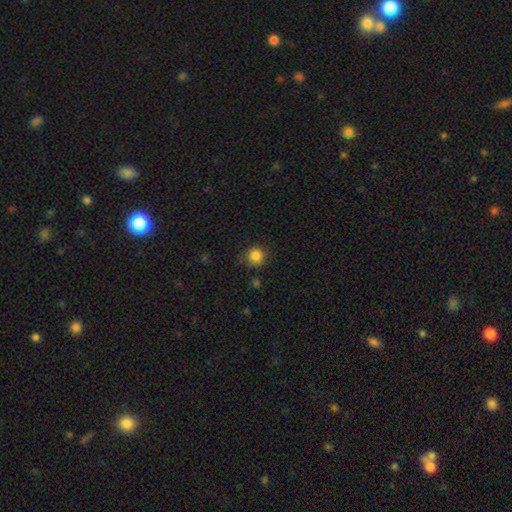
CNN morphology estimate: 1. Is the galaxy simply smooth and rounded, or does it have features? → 84% smooth, 11% star or artifact, 5% featured or disk.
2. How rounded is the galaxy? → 93% round, 6% in between, 1% cigar-shaped.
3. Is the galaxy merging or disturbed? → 83% none, 12% minor disturbance, 3% major disturbance, 2% merger.